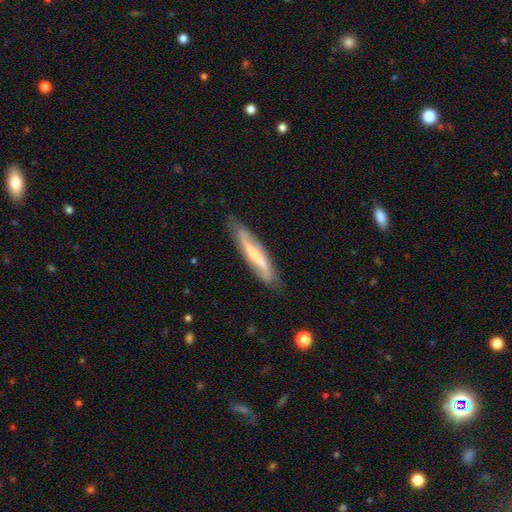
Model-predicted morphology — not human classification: featured or disk 73%, smooth 21%, star or artifact 6%. Down the decision tree: edge-on disk — no (67%); merging — none (80%).